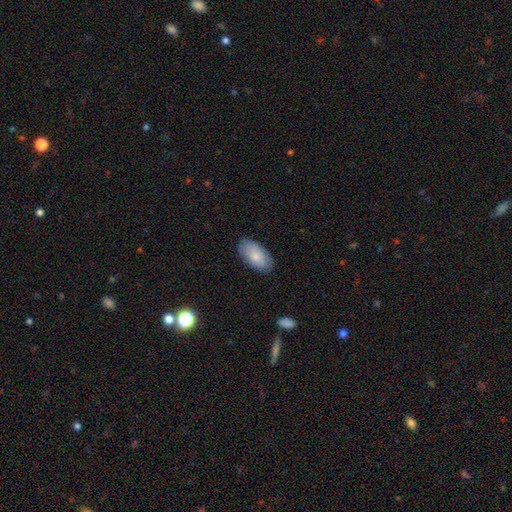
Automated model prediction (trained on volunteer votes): Smooth or featured? smooth (79%)
How rounded? in between (95%)
Merging? none (82%)